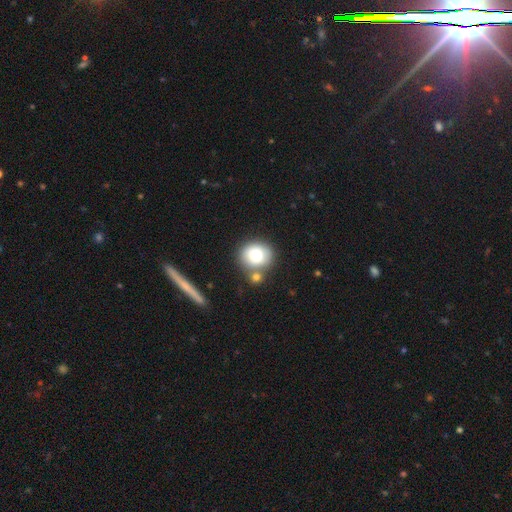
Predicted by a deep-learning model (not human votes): Q: Smooth or featured?
A: smooth (78%); runner-up: featured or disk (13%)
Q: How rounded?
A: round (77%); runner-up: in between (22%)
Q: Merging?
A: none (63%); runner-up: merger (20%)